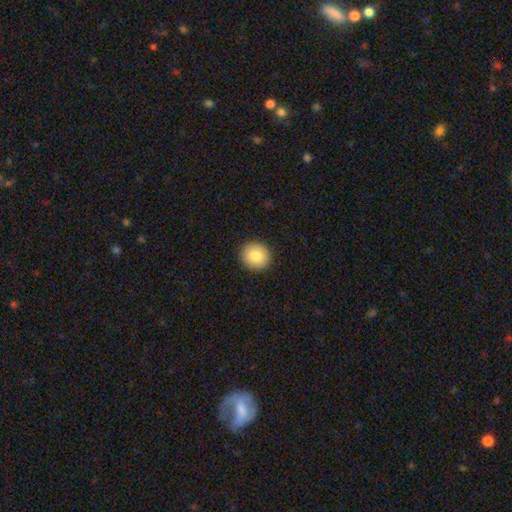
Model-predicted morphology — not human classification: Smooth or featured?
  - smooth: 84% *
  - featured or disk: 8%
  - star or artifact: 8%
How rounded?
  - round: 86% *
  - in between: 13%
  - cigar-shaped: 1%
Merging?
  - none: 92% *
  - minor disturbance: 6%
  - major disturbance: 2%
  - merger: 1%